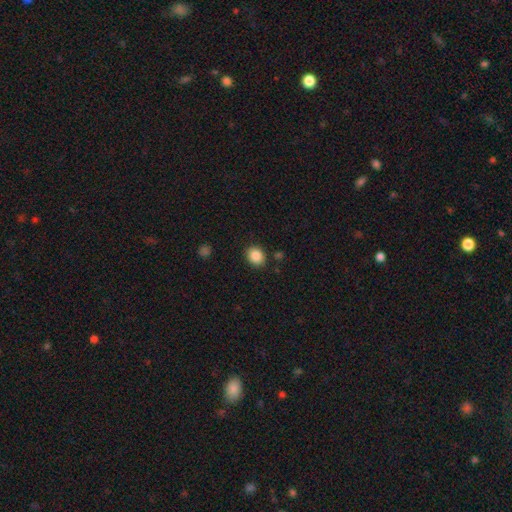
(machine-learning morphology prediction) smooth 87%, star or artifact 9%, featured or disk 4%. Down the decision tree: how rounded — round (59%); merging — none (87%).